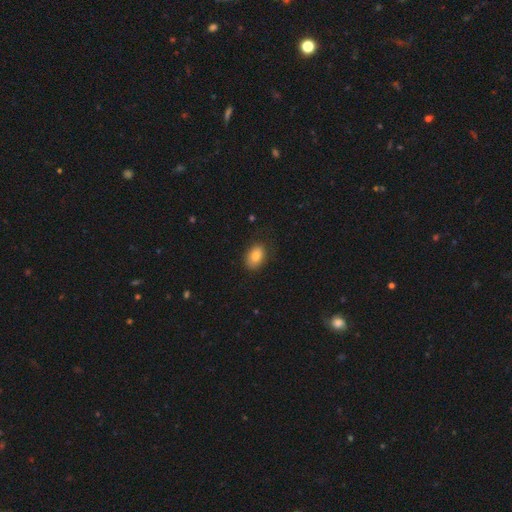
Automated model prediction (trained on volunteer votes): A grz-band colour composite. It shows a smooth galaxy with no disk features (84%) that is in between round and cigar-shaped (83%). Merging: none (80%).